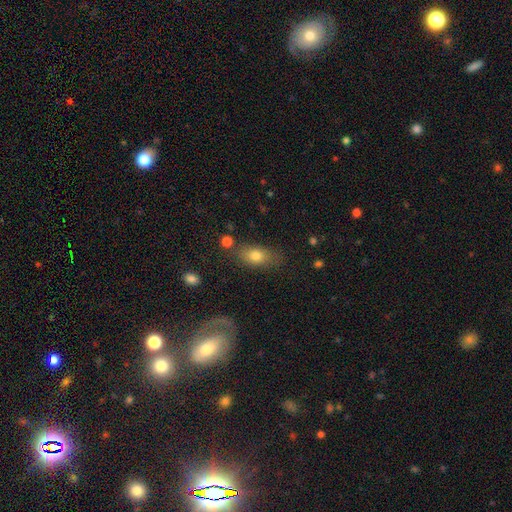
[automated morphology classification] Smooth or featured: smooth — 76% (featured or disk — 14%)
How rounded: in between — 79% (round — 13%)
Merging: none — 72% (minor disturbance — 17%)